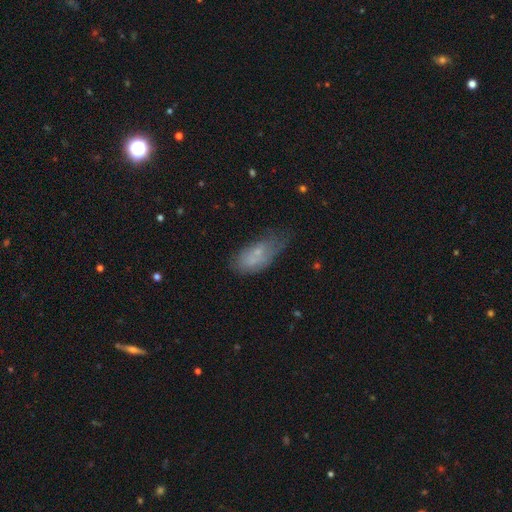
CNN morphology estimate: smooth 63%, featured or disk 27%, star or artifact 9%. Down the decision tree: how rounded — in between (88%); merging — minor disturbance (36%).